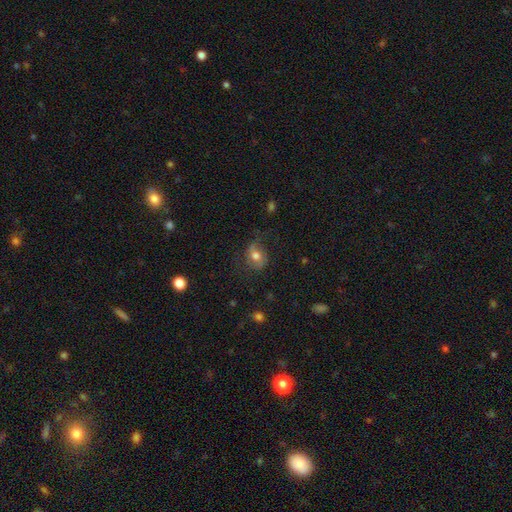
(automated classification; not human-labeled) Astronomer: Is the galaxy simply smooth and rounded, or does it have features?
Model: smooth — 59%.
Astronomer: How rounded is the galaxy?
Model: round — 52% (runner-up: in between, 47%).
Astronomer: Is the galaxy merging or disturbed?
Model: none — 57%.